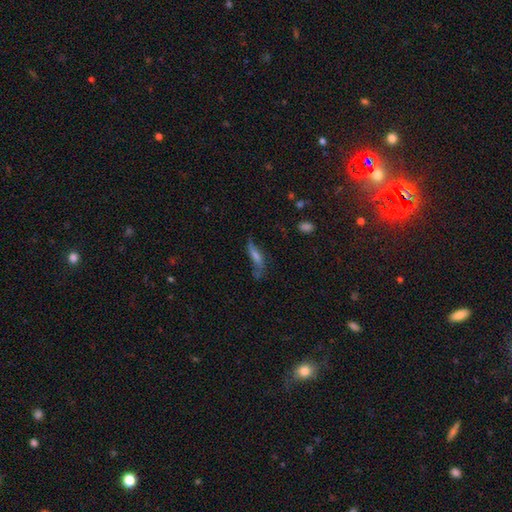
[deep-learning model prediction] A smooth galaxy with no disk features (43%). Merging: none (53%).